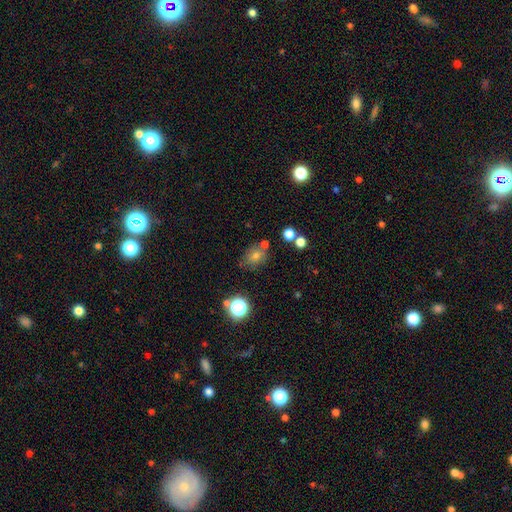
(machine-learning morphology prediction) A smooth galaxy with no disk features (64%) that is round (55%).

Vote fractions:
- Smooth or featured? smooth: 64% / star or artifact: 23% / featured or disk: 14%
- How rounded? round: 55% / in between: 43% / cigar-shaped: 1%
- Merging? none: 70% / minor disturbance: 14% / merger: 11% / major disturbance: 4%